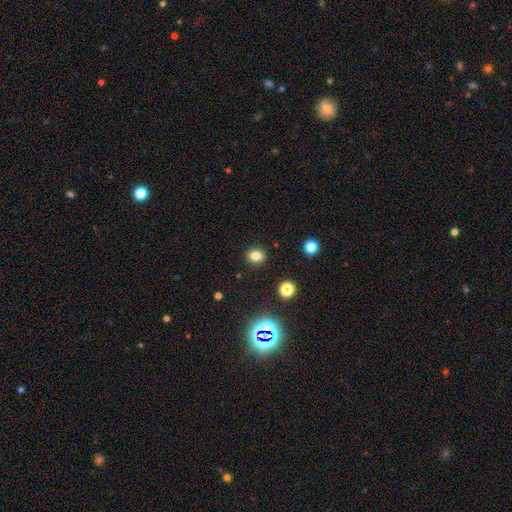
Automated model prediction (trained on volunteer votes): Smooth or featured? Predicted: smooth (p=0.80). How rounded? Predicted: round (p=0.52). Merging? Predicted: none (p=0.89).